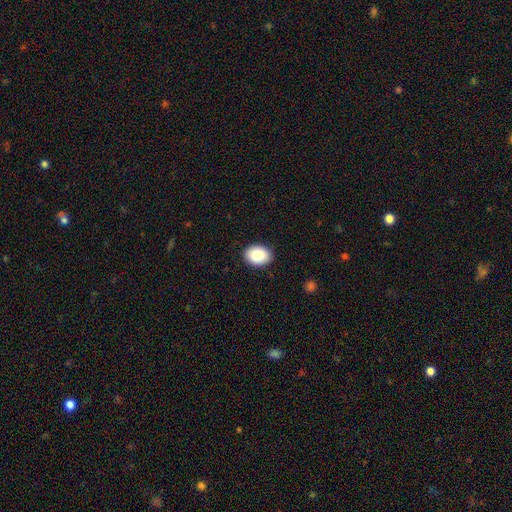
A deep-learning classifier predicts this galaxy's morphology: smooth 89%, star or artifact 7%, featured or disk 4%. Down the decision tree: how rounded — in between (77%); merging — none (89%).